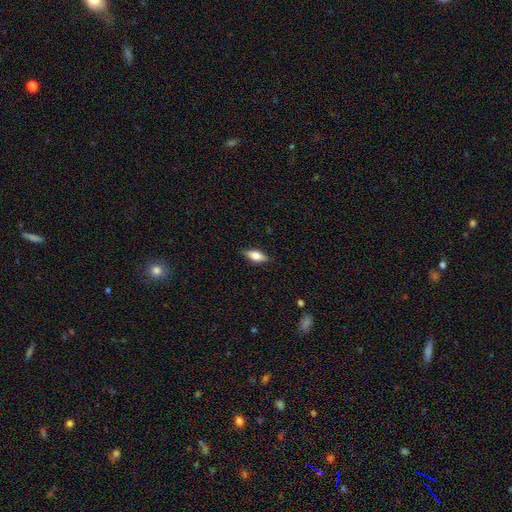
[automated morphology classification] A smooth galaxy with no disk features (59%) that is in between round and cigar-shaped (76%). Merging: none (86%).